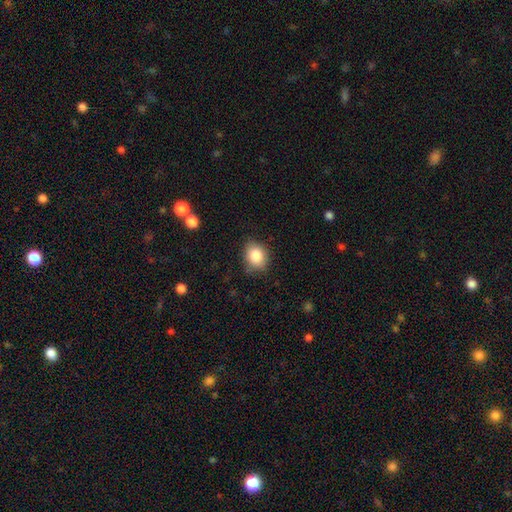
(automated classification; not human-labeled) Overall: smooth (85%). How rounded: in between (52%; round 47%). Merging: none (80%).